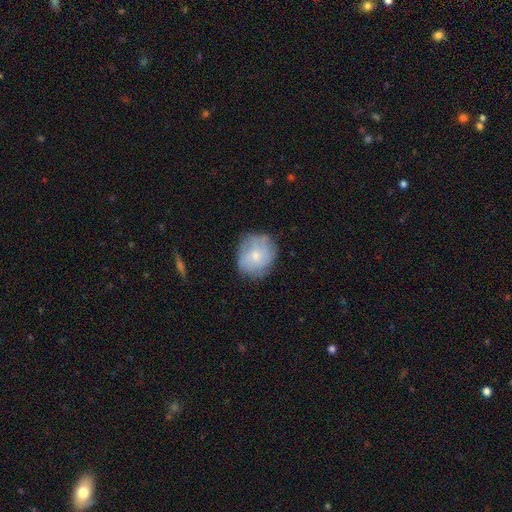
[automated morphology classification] This appears to be a smooth galaxy with no disk features (50%) that is round (77%). Merging: none (74%).